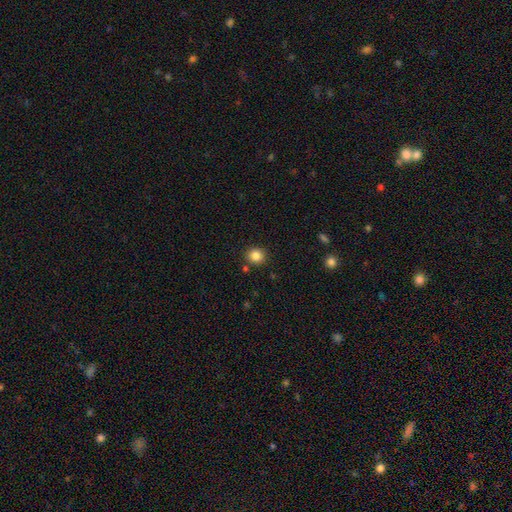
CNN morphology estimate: Overall: smooth (84%). How rounded: round (86%). Merging: none (87%).